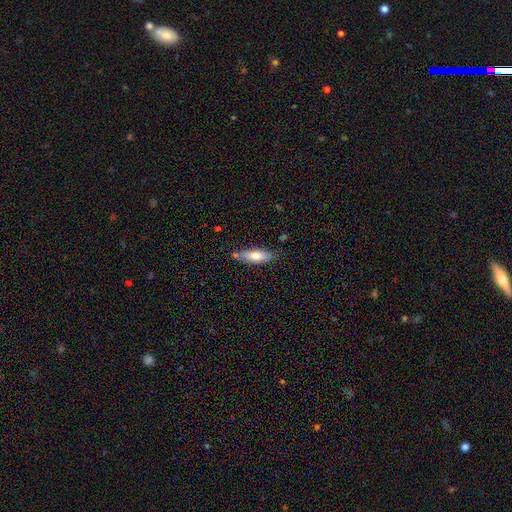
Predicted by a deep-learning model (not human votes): Smooth or featured? smooth (71%)
How rounded? in between (58%)
Merging? none (73%)